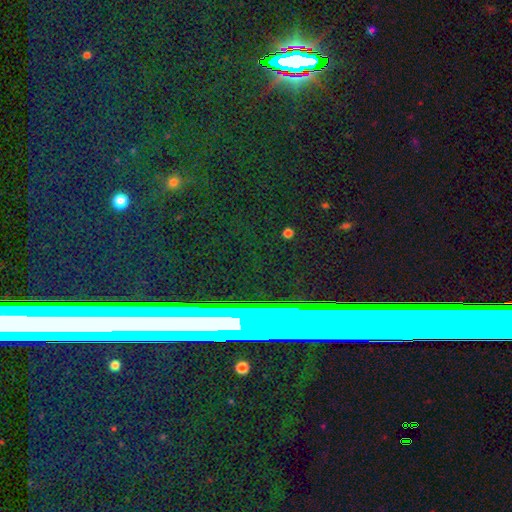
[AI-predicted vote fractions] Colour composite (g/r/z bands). It shows a star or artifact, not a galaxy (69%).